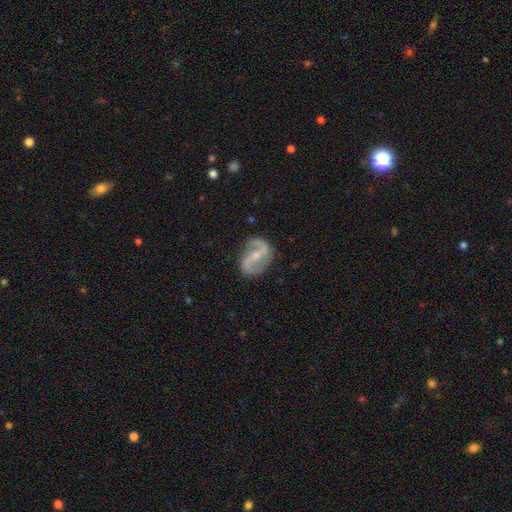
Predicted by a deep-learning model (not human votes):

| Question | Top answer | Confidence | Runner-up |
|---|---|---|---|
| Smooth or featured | featured or disk | 87% | smooth (8%) |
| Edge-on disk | no | 97% | yes (3%) |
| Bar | strong | 55% | weak (30%) |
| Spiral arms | yes | 93% | no (7%) |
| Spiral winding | loose | 45% | medium (41%) |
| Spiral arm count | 2 | 92% | can't tell (3%) |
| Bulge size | small | 62% | moderate (32%) |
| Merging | none | 80% | minor disturbance (14%) |